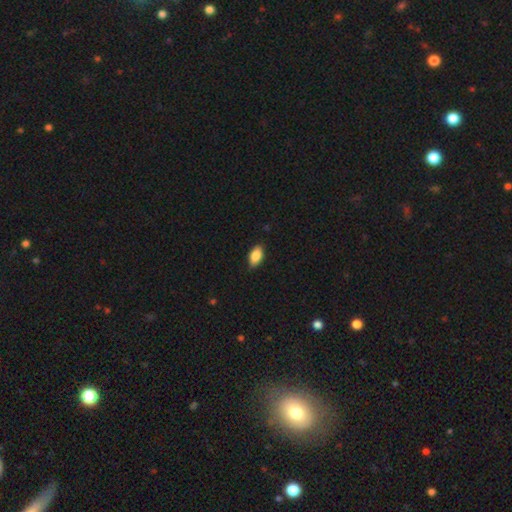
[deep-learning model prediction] A smooth galaxy with no disk features (87%) that is in between round and cigar-shaped (92%). Merging: none (85%).